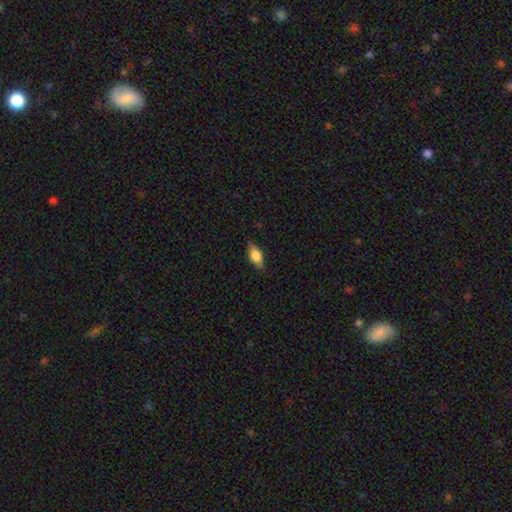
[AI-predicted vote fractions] Smooth or featured? Predicted: smooth (p=0.66). How rounded? Predicted: in between (p=0.81). Merging? Predicted: none (p=0.79).